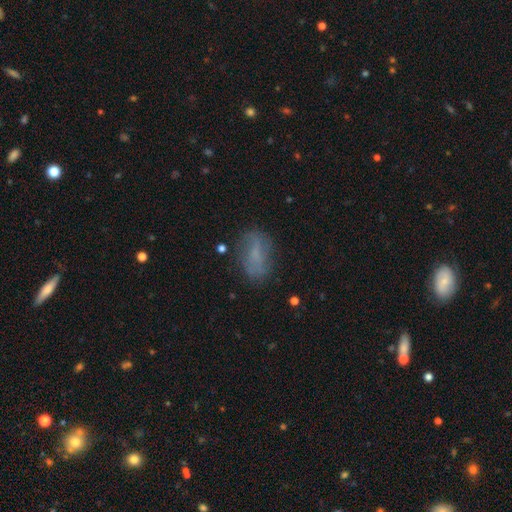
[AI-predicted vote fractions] Q: Smooth or featured?
A: smooth (57%); runner-up: featured or disk (32%)
Q: How rounded?
A: in between (85%); runner-up: cigar-shaped (8%)
Q: Merging?
A: none (71%); runner-up: minor disturbance (19%)